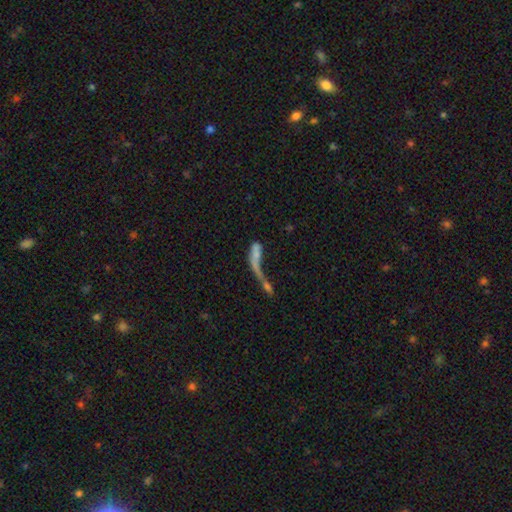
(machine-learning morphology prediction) Smooth or featured?
  - smooth: 51% *
  - featured or disk: 38%
  - star or artifact: 11%
How rounded?
  - cigar-shaped: 47% * (tied)
  - in between: 47% * (tied)
  - round: 6%
Merging?
  - merger: 50% *
  - major disturbance: 29%
  - none: 13%
  - minor disturbance: 9%